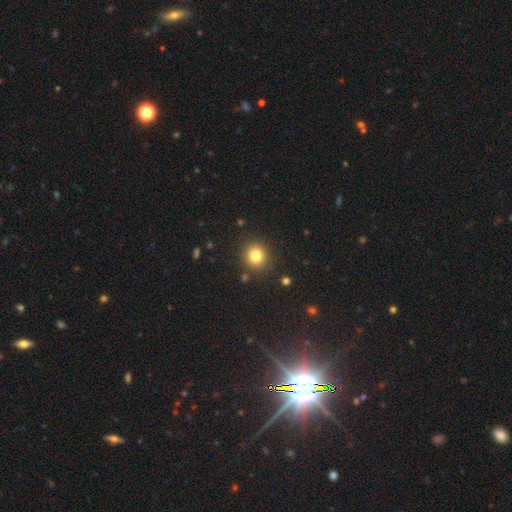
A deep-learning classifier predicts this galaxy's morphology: Smooth or featured?
  - smooth: 82% *
  - star or artifact: 12%
  - featured or disk: 6%
How rounded?
  - round: 88% *
  - in between: 11%
  - cigar-shaped: 1%
Merging?
  - none: 87% *
  - minor disturbance: 8%
  - major disturbance: 3%
  - merger: 3%